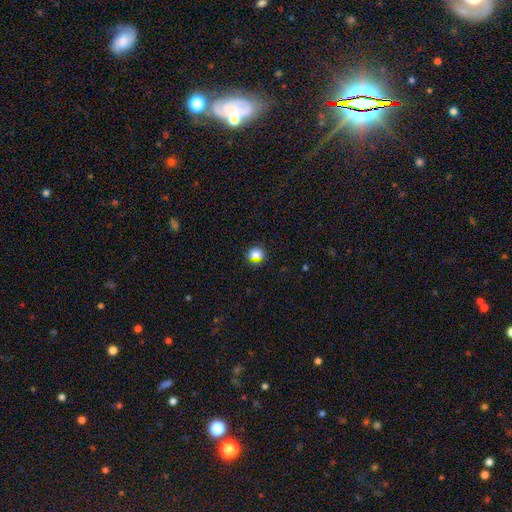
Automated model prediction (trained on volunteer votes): Q: Smooth or featured?
A: smooth (71%); runner-up: star or artifact (22%)
Q: How rounded?
A: round (81%); runner-up: in between (17%)
Q: Merging?
A: none (84%); runner-up: minor disturbance (11%)